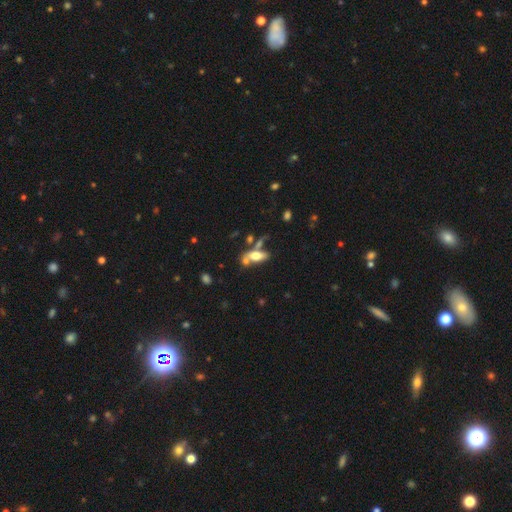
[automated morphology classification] This is possibly a smooth galaxy (58%). How rounded: likely in between (71%). Merging: marginally none (40%).